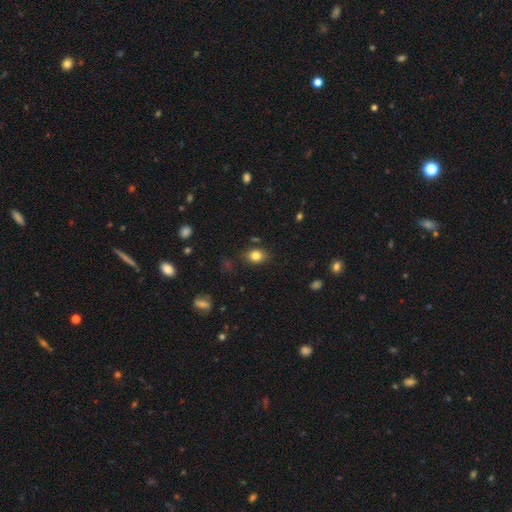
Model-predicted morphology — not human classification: A smooth galaxy with no disk features (81%) that is in between round and cigar-shaped (62%). Merging: none (80%).